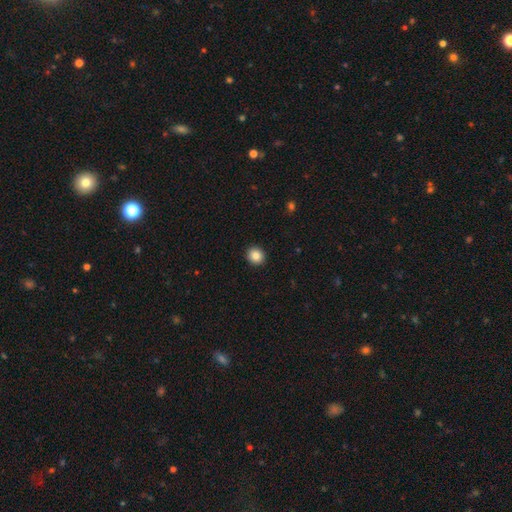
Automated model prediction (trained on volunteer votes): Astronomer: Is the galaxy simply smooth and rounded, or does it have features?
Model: smooth — 85%.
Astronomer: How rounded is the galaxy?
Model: round — 85%.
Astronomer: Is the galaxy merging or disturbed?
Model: none — 93%.